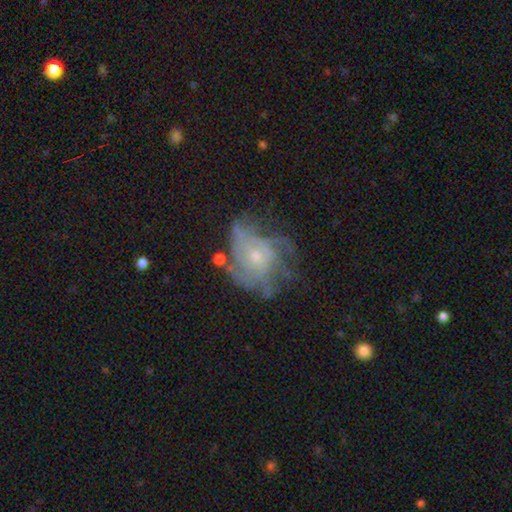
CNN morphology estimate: Smooth or featured? featured or disk (76%)
Edge-on disk? no (97%)
Bar? no (81%)
Spiral arms? yes (83%)
Spiral winding? tight (46%)
Spiral arm count? can't tell (40%)
Bulge size? small (64%)
Merging? none (51%)